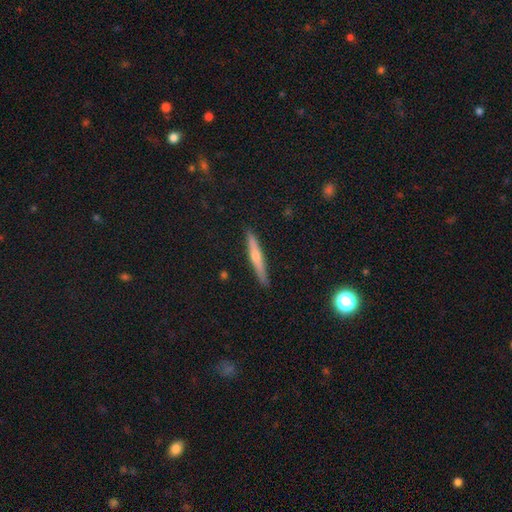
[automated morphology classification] Smooth or featured?
  - featured or disk: 57% *
  - smooth: 36%
  - star or artifact: 7%
Edge-on disk?
  - yes: 96% *
  - no: 4%
Edge-on bulge?
  - rounded: 80% *
  - none: 16%
  - boxy: 4%
Merging?
  - none: 90% *
  - minor disturbance: 7%
  - major disturbance: 1%
  - merger: 1%